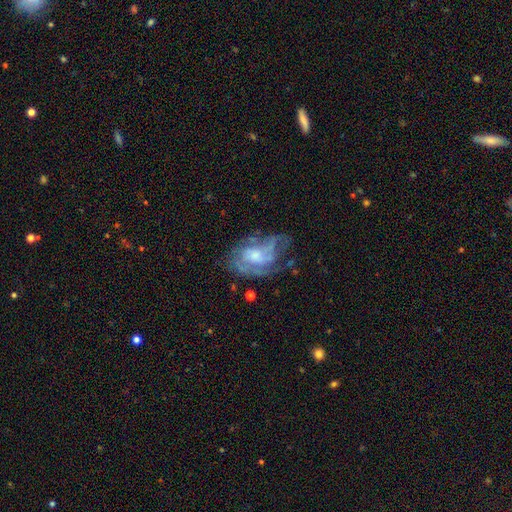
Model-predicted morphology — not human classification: A featured or disk galaxy (77%) with no bar (65%), medium (42%) spiral arms (81%) and a moderate central bulge (45%).

Vote fractions:
- Smooth or featured? featured or disk: 77% / smooth: 16% / star or artifact: 8%
- Edge-on disk? no: 96% / yes: 4%
- Bar? no: 65% / weak: 29% / strong: 6%
- Spiral arms? yes: 81% / no: 19%
- Spiral winding? medium: 42% / tight: 39% / loose: 19%
- Spiral arm count? can't tell: 35% / 2: 29% / 3: 20% / 4: 6% / 1: 6% / more than 4: 4%
- Bulge size? moderate: 45% / small: 34% / large: 10% / none: 9% / dominant: 2%
- Merging? none: 51% / minor disturbance: 24% / major disturbance: 22% / merger: 3%